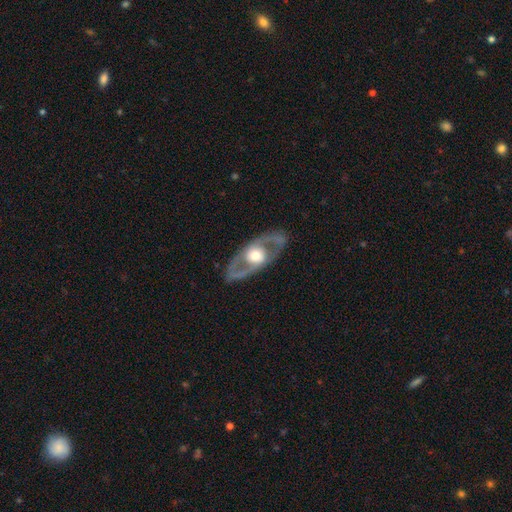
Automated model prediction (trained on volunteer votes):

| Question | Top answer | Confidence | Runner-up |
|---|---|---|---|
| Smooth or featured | featured or disk | 78% | smooth (18%) |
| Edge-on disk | no | 83% | yes (17%) |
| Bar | no | 74% | weak (18%) |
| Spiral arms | yes | 50% | tied: no (50%) |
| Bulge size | moderate | 57% | large (33%) |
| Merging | none | 84% | minor disturbance (9%) |